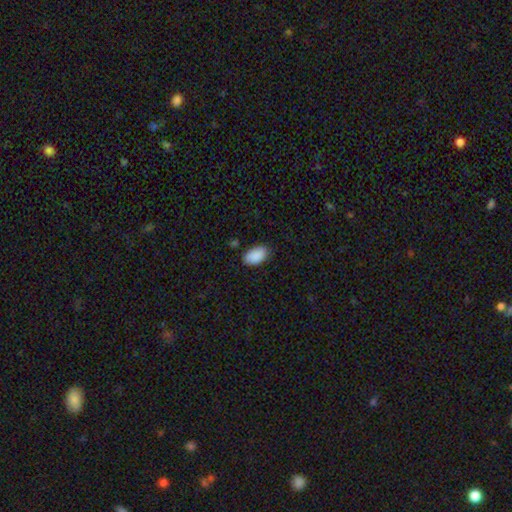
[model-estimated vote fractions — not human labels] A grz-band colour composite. It shows a smooth galaxy with no disk features (90%) that is in between round and cigar-shaped (94%). Merging: none (82%).